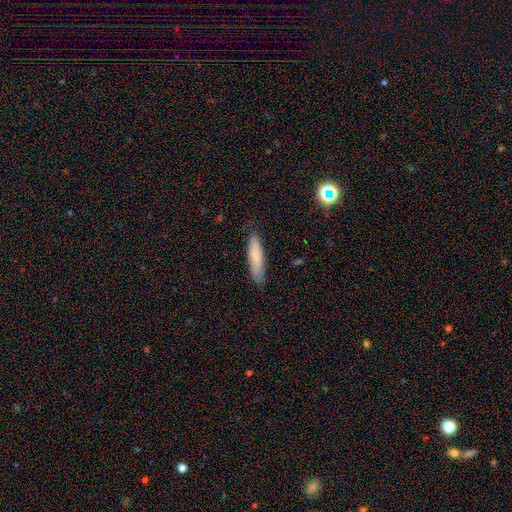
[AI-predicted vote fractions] This is likely a smooth galaxy (75%). How rounded: likely cigar-shaped (76%). Merging: clearly none (81%).